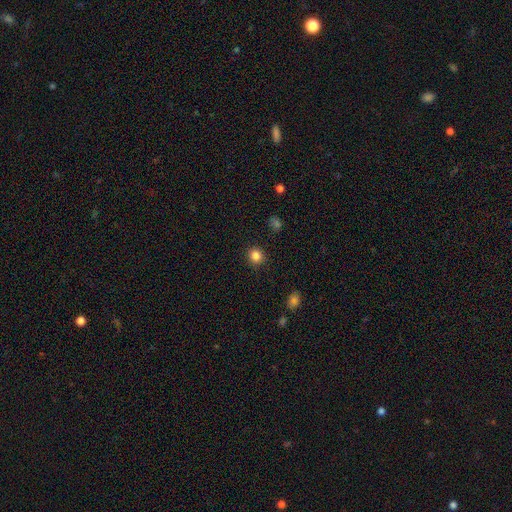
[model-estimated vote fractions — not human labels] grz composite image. It shows a smooth galaxy with no disk features (85%) that is round (91%). Merging: none (91%).